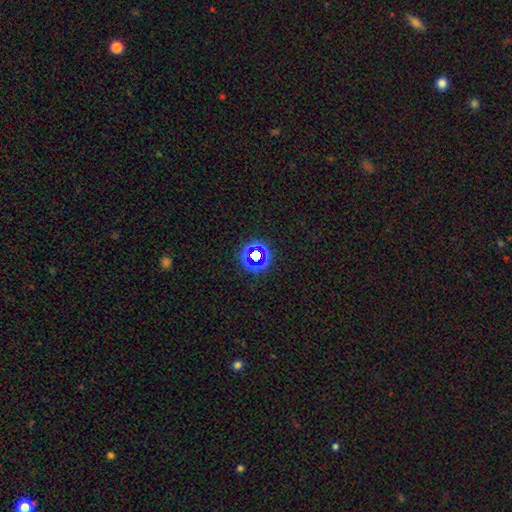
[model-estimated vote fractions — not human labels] This appears to be a star or artifact, not a galaxy (59%).